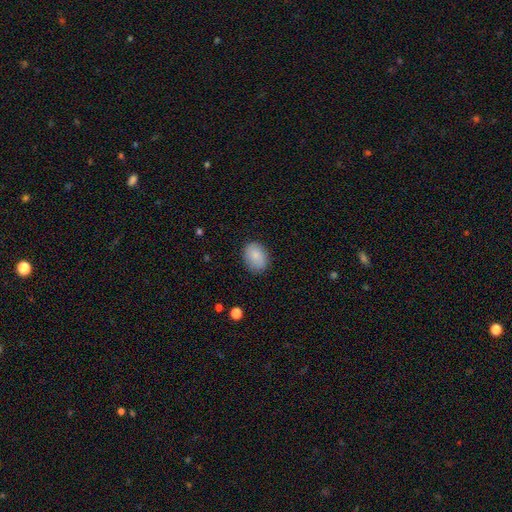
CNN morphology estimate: Smooth or featured: smooth — 83% (featured or disk — 10%)
How rounded: in between — 65% (round — 34%)
Merging: none — 83% (minor disturbance — 13%)